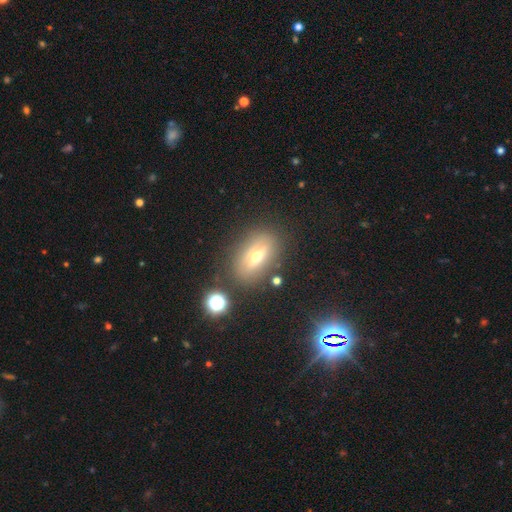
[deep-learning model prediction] Morphology: type=smooth (43%); merging=none (81%).